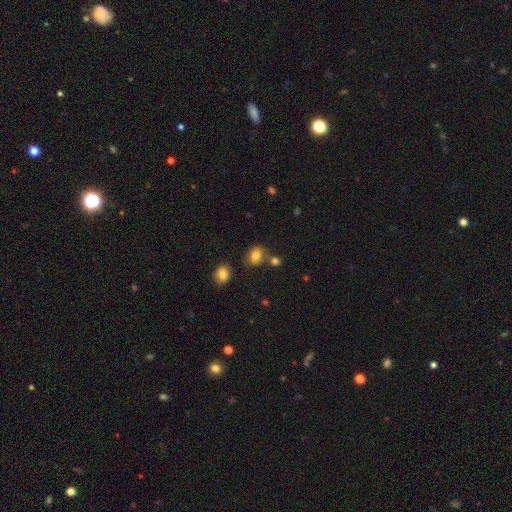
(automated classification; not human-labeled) A smooth galaxy with no disk features (80%) that is in between round and cigar-shaped (50%). Merging: none (68%).